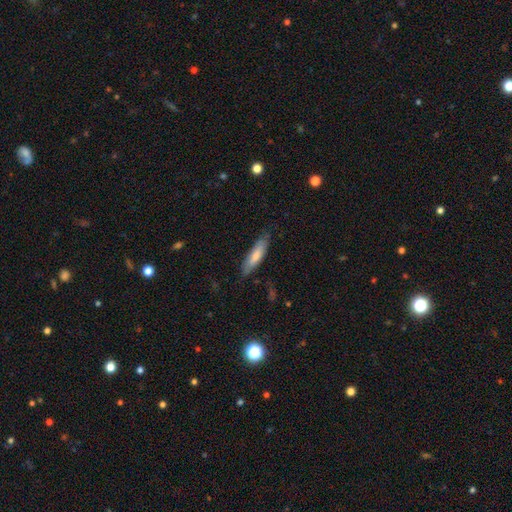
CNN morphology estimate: Overall: smooth (73%). How rounded: cigar-shaped (64%; in between 34%). Merging: none (76%).